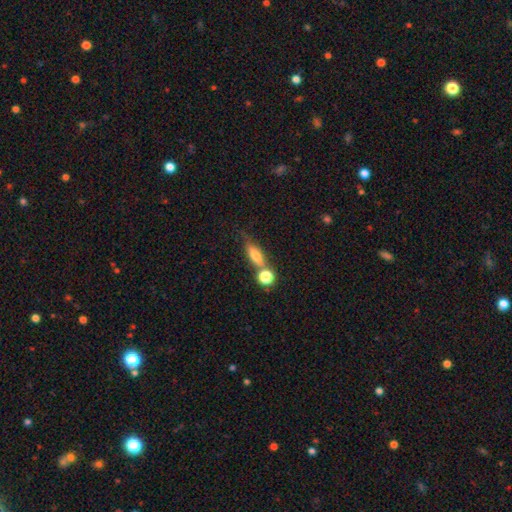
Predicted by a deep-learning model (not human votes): This is likely a smooth galaxy (65%). How rounded: possibly in between (52%). Merging: possibly none (51%).